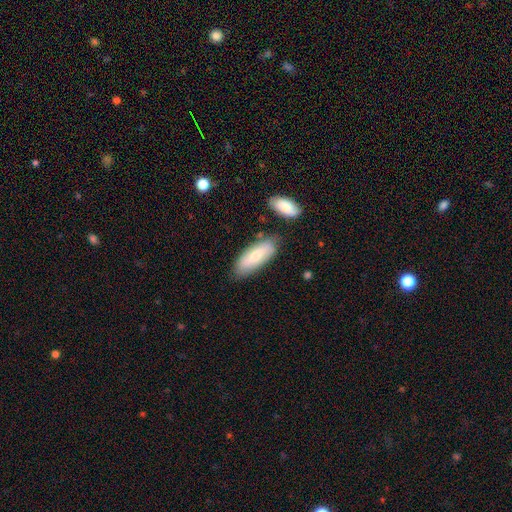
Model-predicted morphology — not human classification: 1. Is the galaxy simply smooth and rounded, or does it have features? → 67% smooth, 27% featured or disk, 6% star or artifact.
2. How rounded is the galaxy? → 74% in between, 24% cigar-shaped, 2% round.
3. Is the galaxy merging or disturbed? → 75% none, 16% minor disturbance, 6% merger, 3% major disturbance.